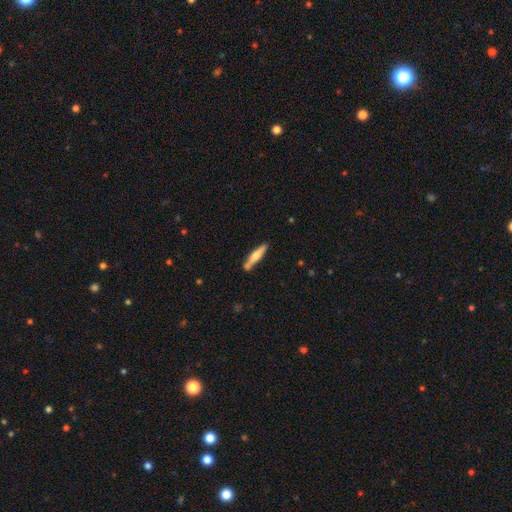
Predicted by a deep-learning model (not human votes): A smooth galaxy with no disk features (51%) that is cigar-shaped (88%). Merging: none (79%).